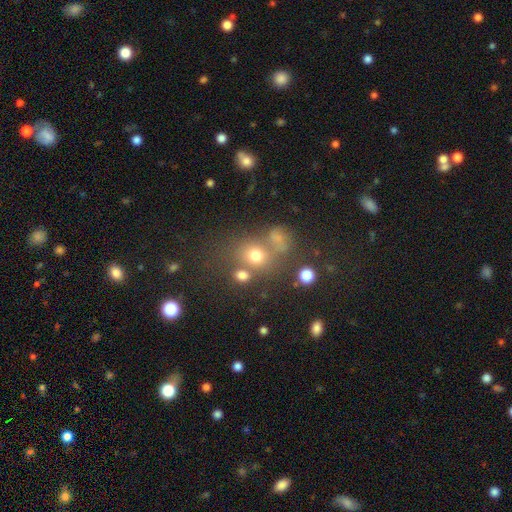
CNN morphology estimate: A smooth galaxy with no disk features (70%) that is round (71%). Merging: none (55%).